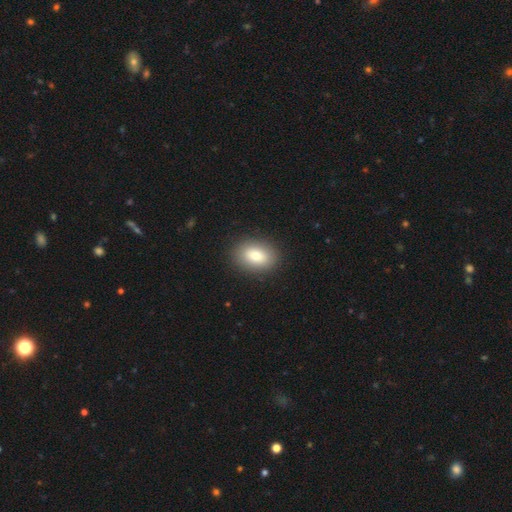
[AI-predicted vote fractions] Smooth or featured?
  - smooth: 79% *
  - featured or disk: 12%
  - star or artifact: 9%
How rounded?
  - in between: 73% *
  - round: 26%
  - cigar-shaped: 1%
Merging?
  - none: 89% *
  - minor disturbance: 8%
  - major disturbance: 3%
  - merger: 1%